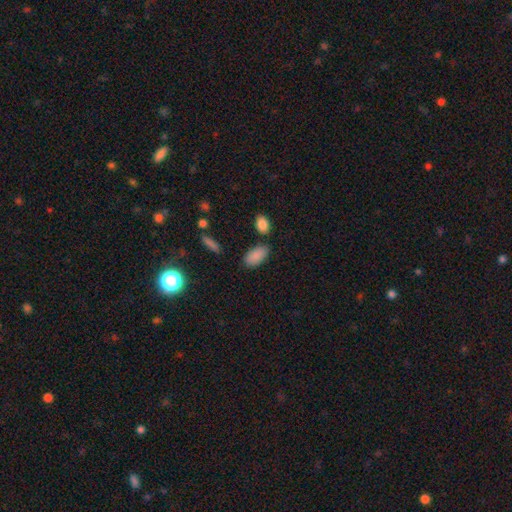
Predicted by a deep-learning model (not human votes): A smooth galaxy with no disk features (88%) that is in between round and cigar-shaped (93%).

Vote fractions:
- Smooth or featured? smooth: 88% / star or artifact: 8% / featured or disk: 5%
- How rounded? in between: 93% / cigar-shaped: 4% / round: 3%
- Merging? none: 77% / minor disturbance: 13% / merger: 6% / major disturbance: 3%